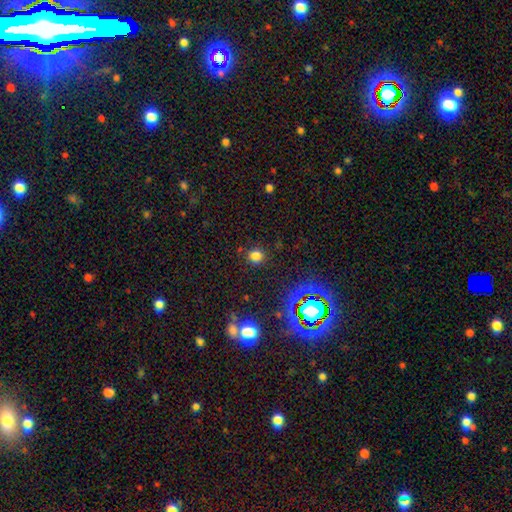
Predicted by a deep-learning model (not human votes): smooth-or-featured: smooth: 77% | star or artifact: 18% | featured or disk: 5%
  how-rounded: round: 90% | in between: 9% | cigar-shaped: 1%
  merging: none: 88% | minor disturbance: 7% | major disturbance: 3% | merger: 2%